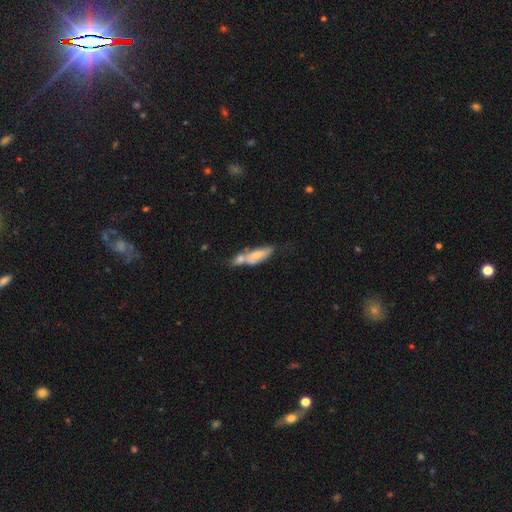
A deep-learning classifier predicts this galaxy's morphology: The model was most divided on "how rounded": in between: 53%, cigar-shaped: 44%, round: 3%. More confident: smooth or featured — smooth (58%); merging — merger (53%).